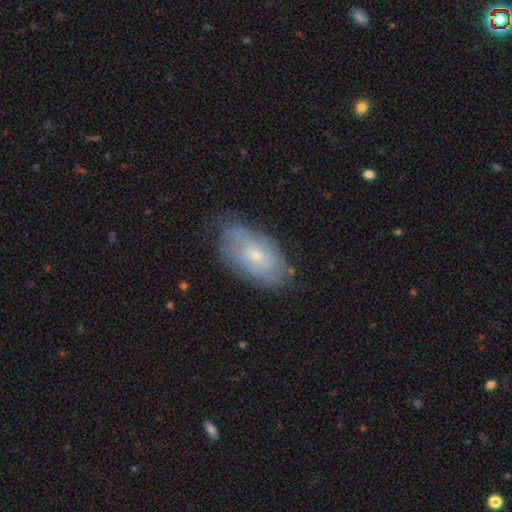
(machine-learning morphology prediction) Smooth or featured: featured or disk — 53% (smooth — 39%)
Edge-on disk: no — 92% (yes — 8%)
Merging: none — 72% (minor disturbance — 21%)